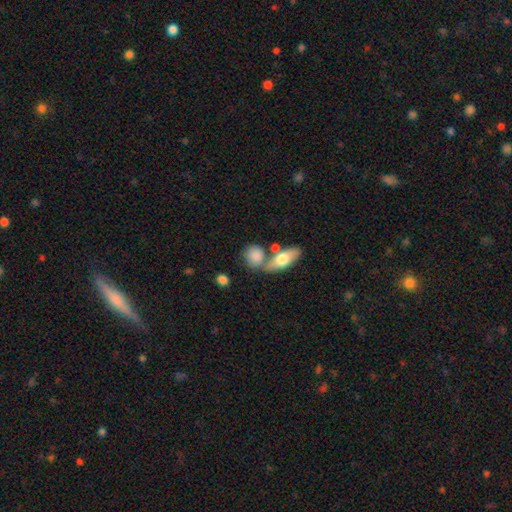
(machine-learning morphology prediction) type=smooth (80%); roundness=round (53%); merging=none (51%).